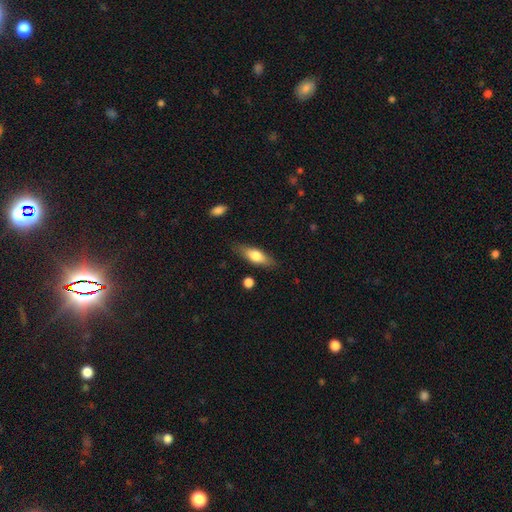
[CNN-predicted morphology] Q: Smooth or featured?
A: smooth (67%); runner-up: featured or disk (27%)
Q: How rounded?
A: in between (58%); runner-up: cigar-shaped (39%)
Q: Merging?
A: none (82%); runner-up: minor disturbance (14%)